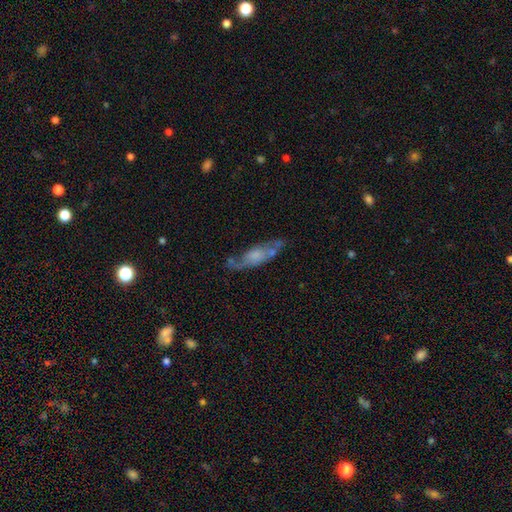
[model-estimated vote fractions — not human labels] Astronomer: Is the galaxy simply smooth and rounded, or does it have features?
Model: featured or disk — 56% (runner-up: smooth, 36%).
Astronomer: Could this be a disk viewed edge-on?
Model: no — 69%.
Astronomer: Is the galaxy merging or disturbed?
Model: none — 53%.